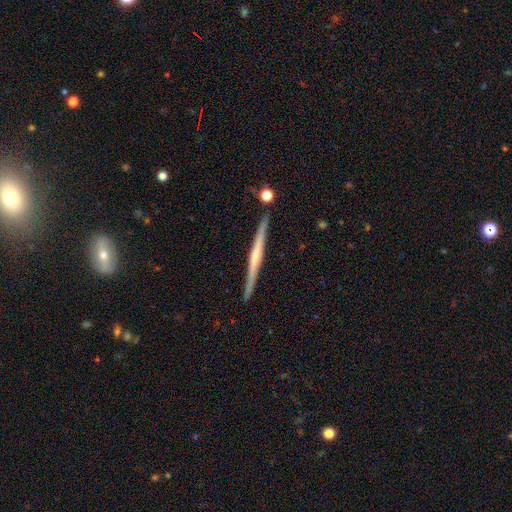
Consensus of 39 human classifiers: Overall: featured or disk (69%). Edge-on disk: yes (100%). Edge-on bulge: rounded (48%; none 44%). Merging: none (84%).